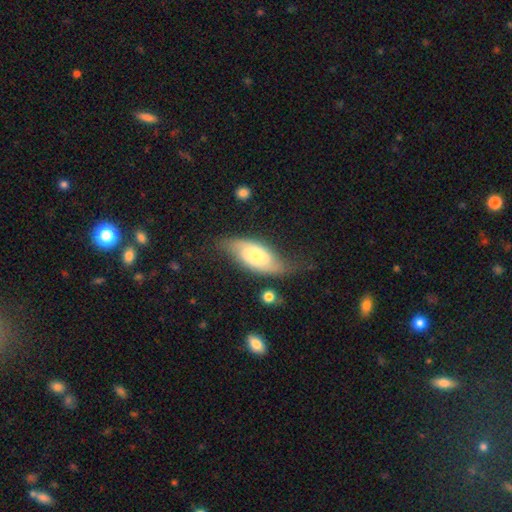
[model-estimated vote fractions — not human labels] This is possibly a featured or disk galaxy (56%). It is clearly not viewed edge-on (87%). Merging: possibly none (59%).